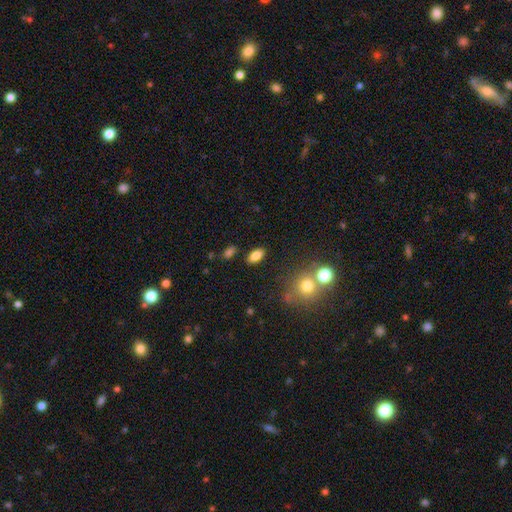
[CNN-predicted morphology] Q: Smooth or featured?
A: smooth (81%); runner-up: star or artifact (10%)
Q: How rounded?
A: in between (89%); runner-up: cigar-shaped (5%)
Q: Merging?
A: none (84%); runner-up: minor disturbance (9%)